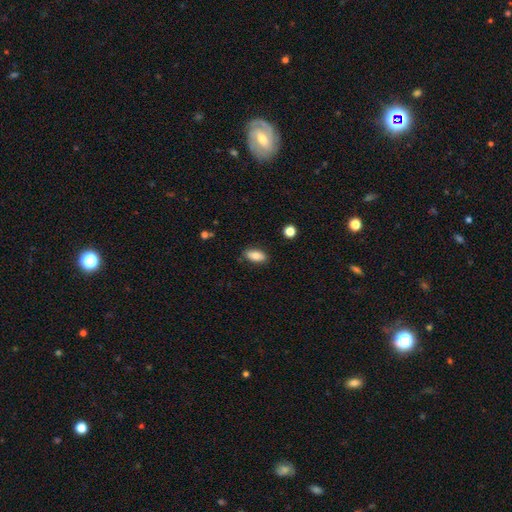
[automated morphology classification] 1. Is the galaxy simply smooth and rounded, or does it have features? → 82% smooth, 10% featured or disk, 7% star or artifact.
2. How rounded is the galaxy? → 89% in between, 8% cigar-shaped, 4% round.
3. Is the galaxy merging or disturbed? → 84% none, 12% minor disturbance, 2% major disturbance, 2% merger.